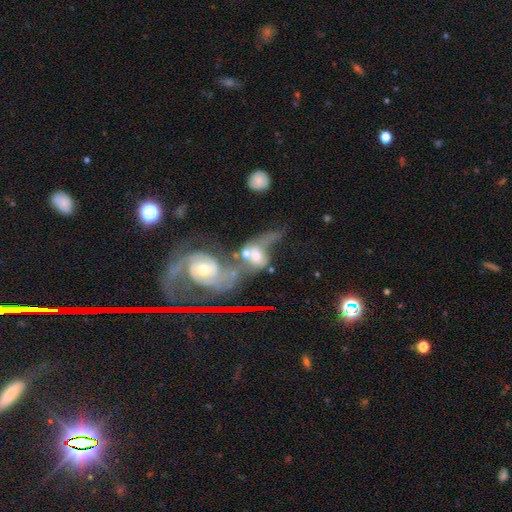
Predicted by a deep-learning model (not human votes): Overall: featured or disk (77%). Edge-on disk: no (93%). Bar: no (63%; weak 28%). Spiral arms: yes (90%). Spiral arm count: 2 (66%). Spiral winding: medium (39%; loose 33%). Bulge size: moderate (46%; small 45%). Merging: merger (55%; none 22%).